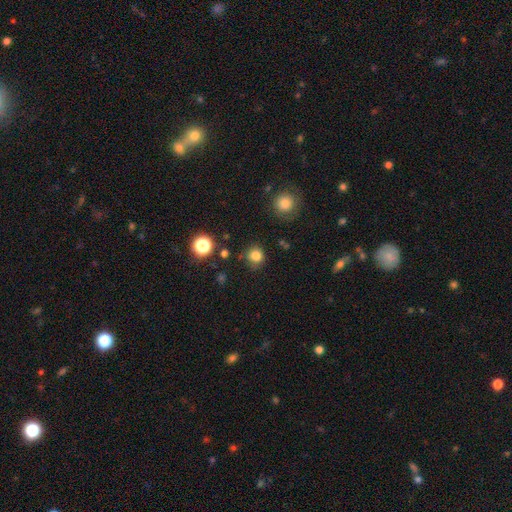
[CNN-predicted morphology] type=smooth (81%); roundness=round (90%); merging=none (82%).